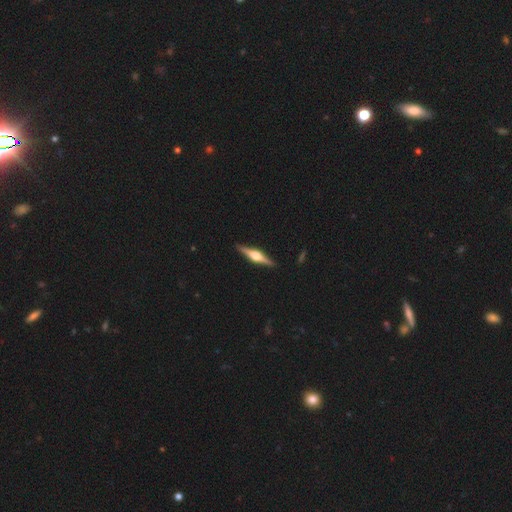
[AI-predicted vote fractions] Smooth or featured? Predicted: featured or disk (p=0.80). Edge-on disk? Predicted: yes (p=0.98). Edge-on bulge? Predicted: rounded (p=0.93). Merging? Predicted: none (p=0.92).